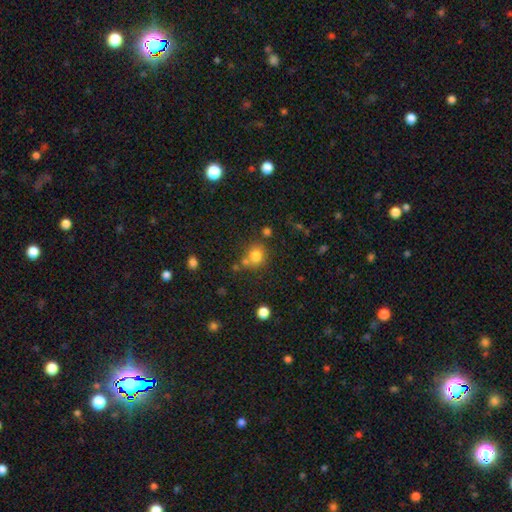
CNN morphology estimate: Smooth or featured? Predicted: smooth (p=0.79). How rounded? Predicted: round (p=0.79). Merging? Predicted: none (p=0.63).